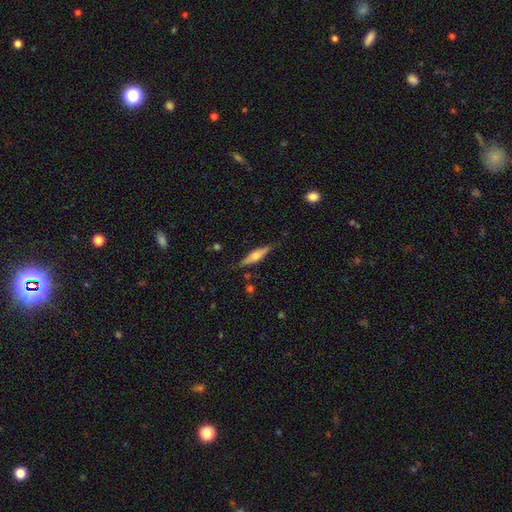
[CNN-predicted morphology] type=featured or disk (55%); edge-on=yes (94%); edge-on bulge=rounded (86%); merging=none (82%).